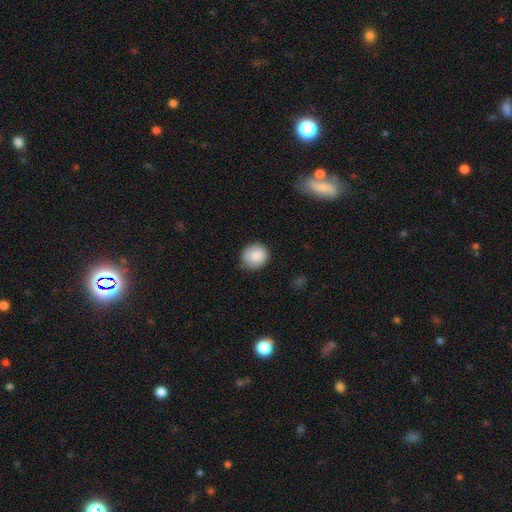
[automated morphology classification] A smooth galaxy with no disk features (86%) that is round (85%). Merging: none (81%).